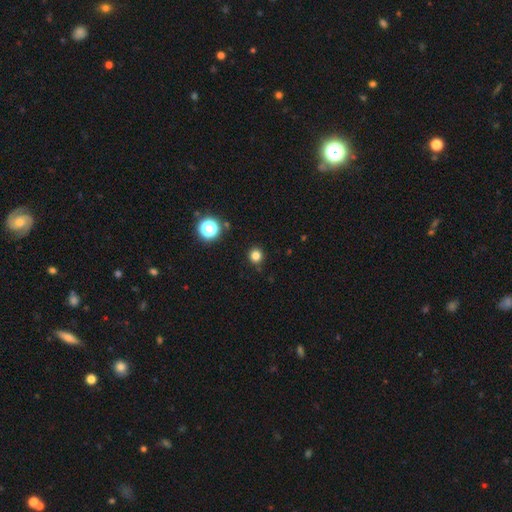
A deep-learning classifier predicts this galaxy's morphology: A smooth galaxy with no disk features (80%) that is round (92%).

Vote fractions:
- Smooth or featured? smooth: 80% / star or artifact: 16% / featured or disk: 4%
- How rounded? round: 92% / in between: 7% / cigar-shaped: 1%
- Merging? none: 91% / minor disturbance: 6% / major disturbance: 2% / merger: 1%